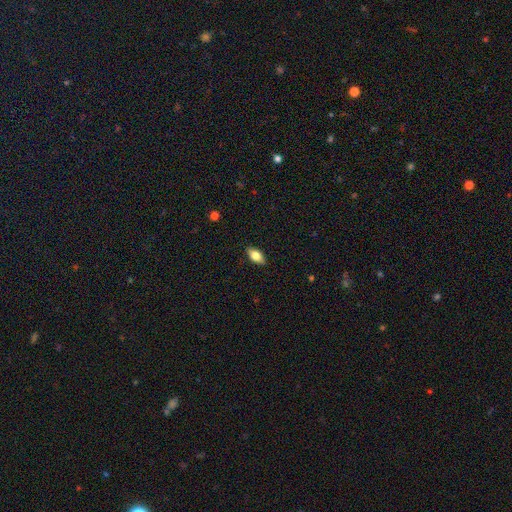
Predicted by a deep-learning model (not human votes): Q: Smooth or featured?
A: smooth (75%); runner-up: featured or disk (18%)
Q: How rounded?
A: in between (88%); runner-up: cigar-shaped (8%)
Q: Merging?
A: none (88%); runner-up: minor disturbance (9%)